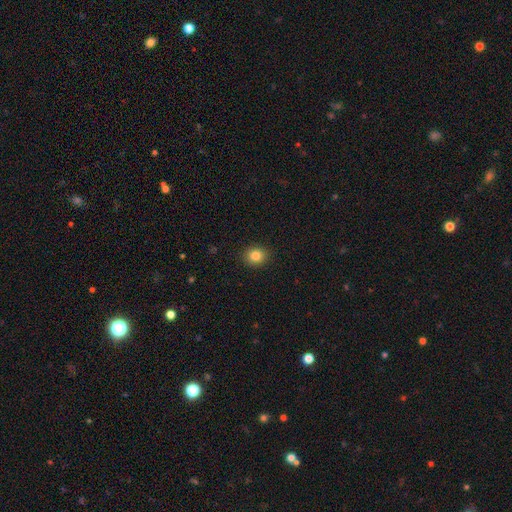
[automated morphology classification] smooth_or_featured: smooth (p=0.84) [alt: star or artifact p=0.10]
how_rounded: round (p=0.67) [alt: in between p=0.32]
merging: none (p=0.91) [alt: minor disturbance p=0.06]